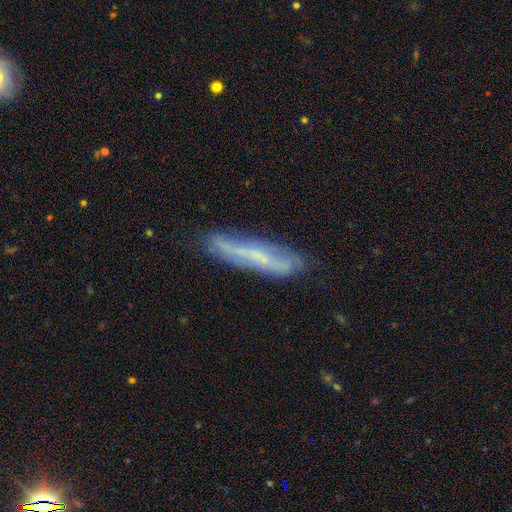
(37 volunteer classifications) smooth-or-featured: featured or disk: 57% | smooth: 35% | star or artifact: 8%
  disk-edge-on: no: 52% | yes: 48%
    bar: no: 55% | strong: 27% | weak: 18%
    has-spiral-arms: yes: 73% | no: 27%
      spiral-winding: tight: 62% | medium: 25% | loose: 12%
      spiral-arm-count: can't tell: 62% | 3: 25% | 2: 12% | 1: 0% | 4: 0% | more than 4: 0%
    bulge-size: small: 45% (tied) | none: 45% (tied) | large: 9% | dominant: 0% | moderate: 0%
  merging: none: 65% | minor disturbance: 29% | major disturbance: 3% | merger: 3%